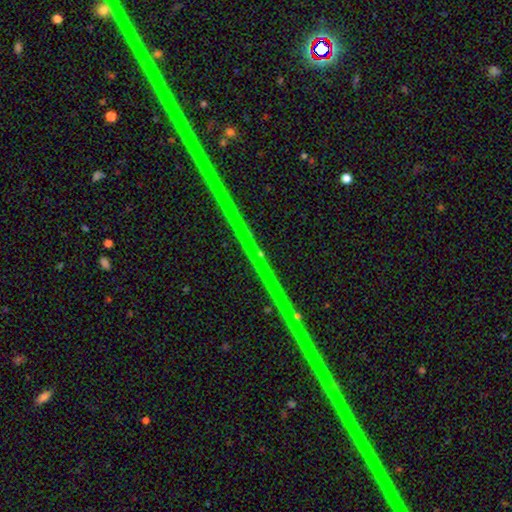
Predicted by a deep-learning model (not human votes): Q: Smooth or featured?
A: star or artifact (89%); runner-up: featured or disk (7%)